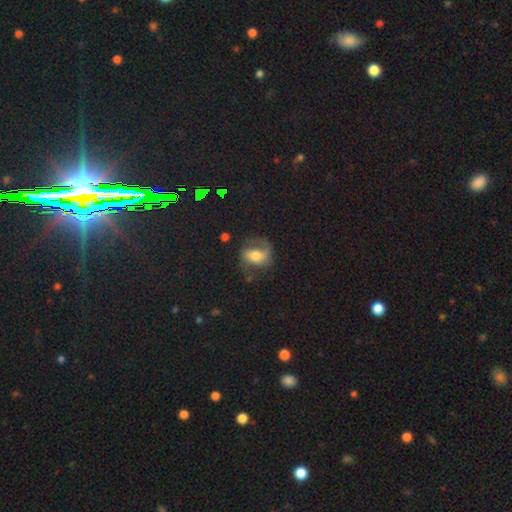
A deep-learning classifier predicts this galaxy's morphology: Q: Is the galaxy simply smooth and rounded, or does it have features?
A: featured or disk — 61%.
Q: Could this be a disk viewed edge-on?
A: no — 96%.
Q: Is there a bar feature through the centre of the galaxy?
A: weak — 38%.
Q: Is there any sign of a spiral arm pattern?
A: yes — 87%.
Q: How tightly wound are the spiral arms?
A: medium — 48%.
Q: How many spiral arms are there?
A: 2 — 79%.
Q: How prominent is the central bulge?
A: moderate — 56%.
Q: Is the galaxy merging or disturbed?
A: none — 61%.